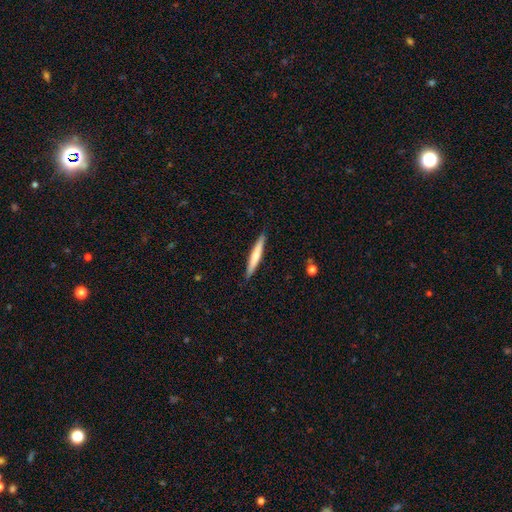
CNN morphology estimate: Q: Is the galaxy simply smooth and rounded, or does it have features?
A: smooth — 60%.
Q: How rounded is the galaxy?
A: cigar-shaped — 95%.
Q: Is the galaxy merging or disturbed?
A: none — 90%.